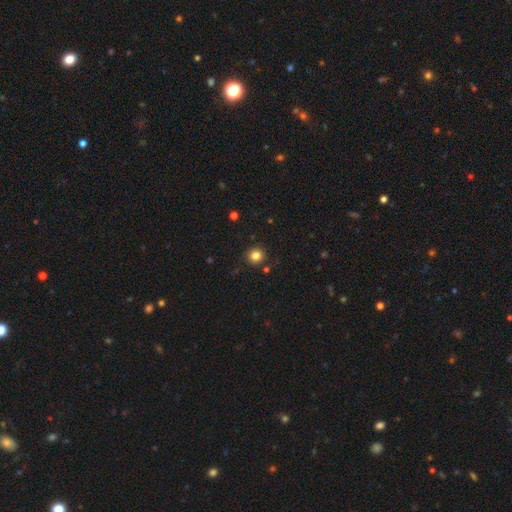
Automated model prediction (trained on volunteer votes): Morphology: type=smooth (82%); roundness=round (92%); merging=none (87%).